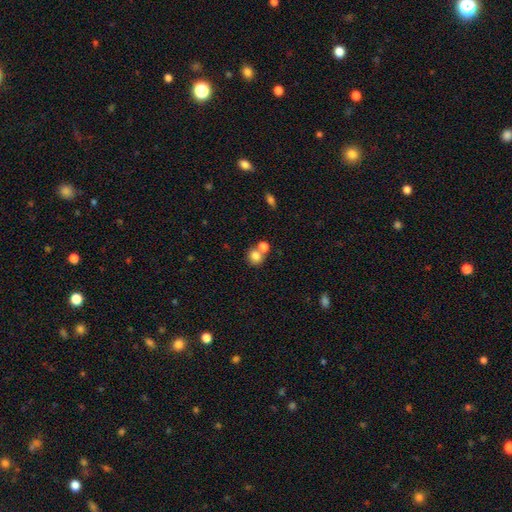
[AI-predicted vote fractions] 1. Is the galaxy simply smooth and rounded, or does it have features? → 80% smooth, 10% star or artifact, 9% featured or disk.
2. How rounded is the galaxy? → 75% round, 24% in between, 1% cigar-shaped.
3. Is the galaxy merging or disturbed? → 48% none, 41% merger, 8% minor disturbance, 3% major disturbance.